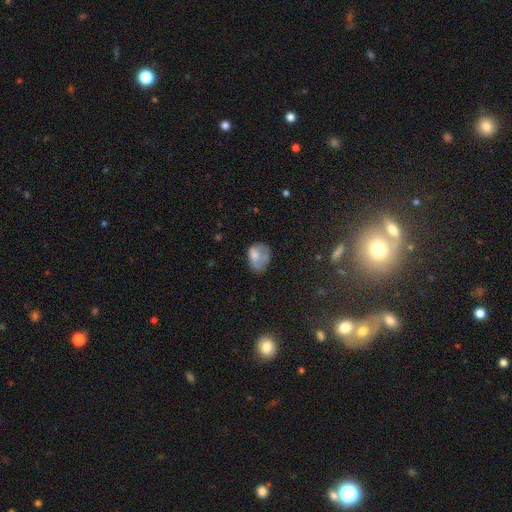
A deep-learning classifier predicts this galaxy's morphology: This appears to be a smooth galaxy with no disk features (65%) that is in between round and cigar-shaped (68%). Merging: none (36%).